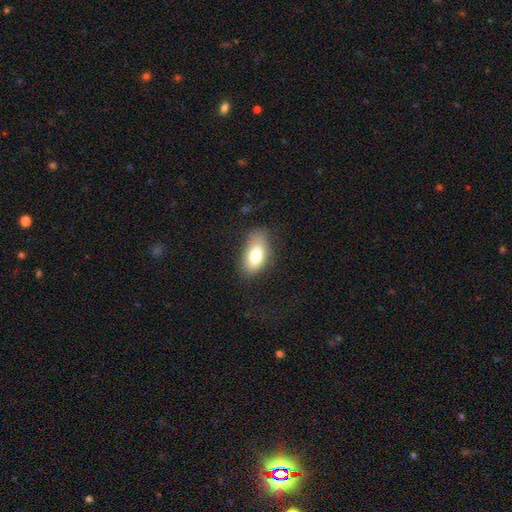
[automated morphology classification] smooth-or-featured: smooth: 75% | featured or disk: 16% | star or artifact: 8%
  how-rounded: in between: 91% | round: 6% | cigar-shaped: 4%
  merging: none: 72% | minor disturbance: 20% | major disturbance: 6% | merger: 1%